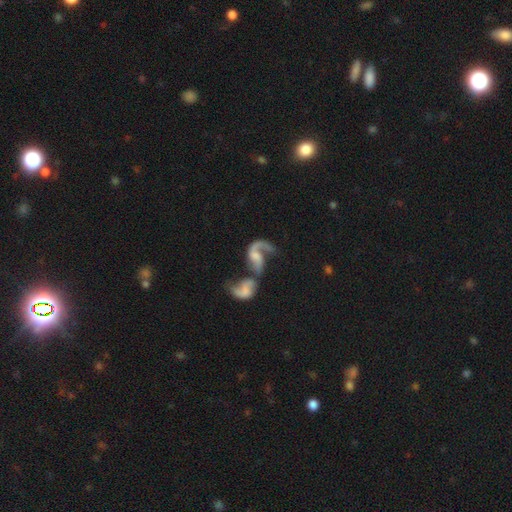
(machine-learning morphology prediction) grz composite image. It shows a featured or disk galaxy (79%) with no bar (49%), 2 (61%) loose (72%) spiral arms (89%) and a moderate central bulge (31%, tied with none). Merging: merger (66%).